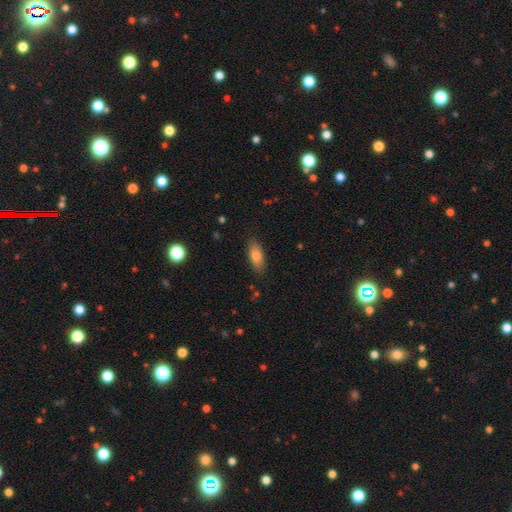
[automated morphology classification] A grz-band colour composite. It shows a smooth galaxy with no disk features (80%) that is in between round and cigar-shaped (82%). Merging: none (85%).